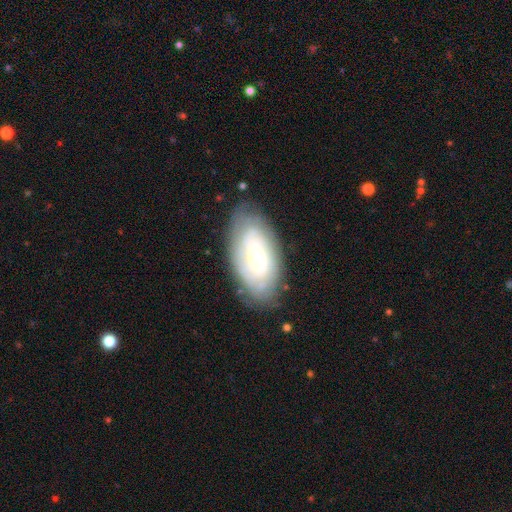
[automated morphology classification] Smooth or featured? Predicted: featured or disk (p=0.56). Edge-on disk? Predicted: no (p=0.91). Bar? Predicted: no (p=0.61). Spiral arms? Predicted: yes (p=0.70). Bulge size? Predicted: small (p=0.59). Merging? Predicted: none (p=0.76).